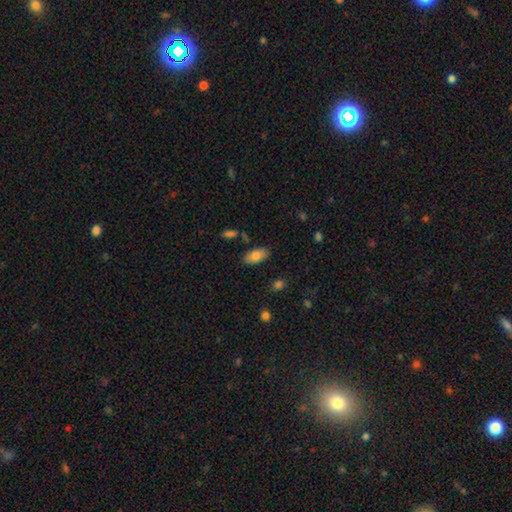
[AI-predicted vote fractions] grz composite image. It shows a smooth galaxy with no disk features (81%) that is in between round and cigar-shaped (93%). Merging: none (82%).